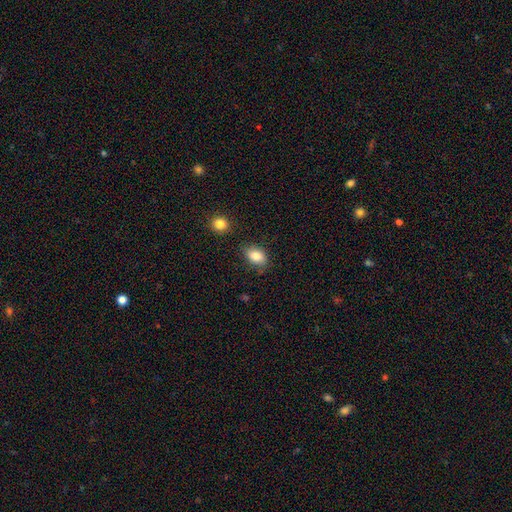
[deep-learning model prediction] Smooth or featured: smooth — 84% (star or artifact — 8%)
How rounded: in between — 82% (round — 17%)
Merging: none — 75% (minor disturbance — 17%)